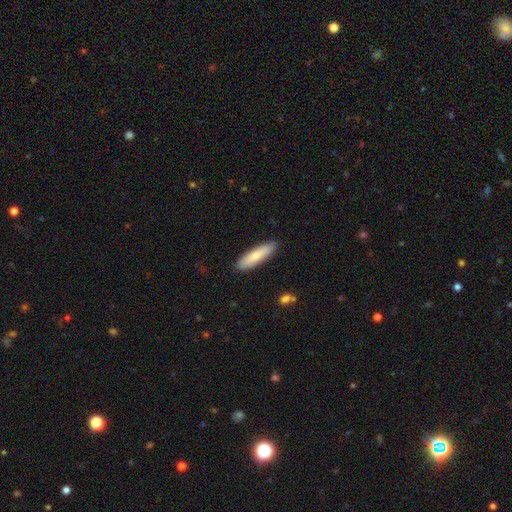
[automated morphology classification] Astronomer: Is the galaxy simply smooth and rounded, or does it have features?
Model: smooth — 76%.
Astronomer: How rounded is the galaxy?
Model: cigar-shaped — 69%.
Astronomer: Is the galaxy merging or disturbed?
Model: none — 89%.